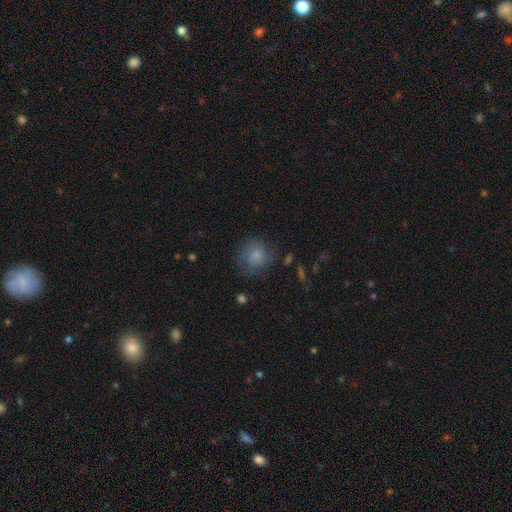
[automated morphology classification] Overall: smooth (80%). How rounded: round (84%). Merging: none (68%).